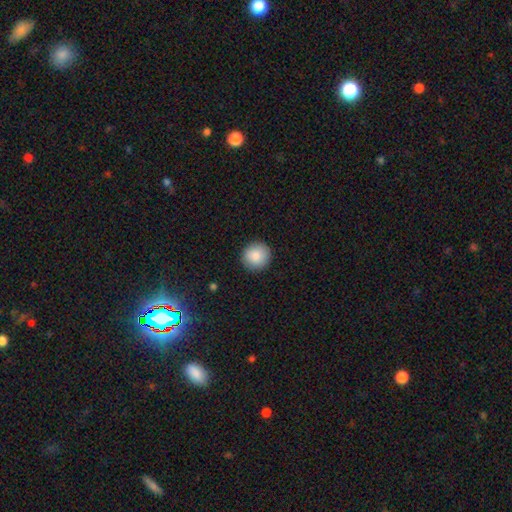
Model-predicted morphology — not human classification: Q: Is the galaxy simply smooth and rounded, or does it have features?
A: smooth — 88%.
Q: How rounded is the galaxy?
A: round — 93%.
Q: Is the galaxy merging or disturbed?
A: none — 92%.